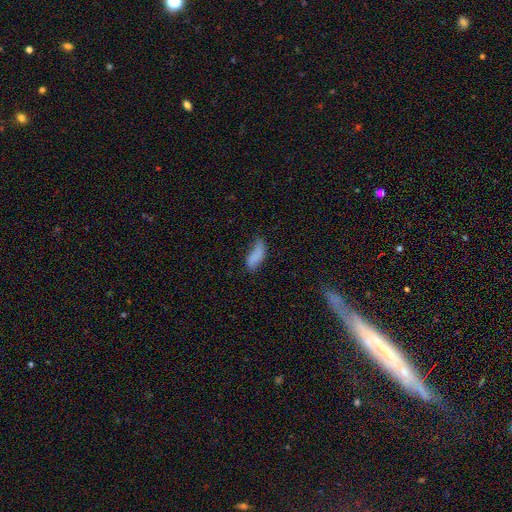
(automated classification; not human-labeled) Smooth or featured? smooth (80%)
How rounded? in between (85%)
Merging? none (45%)